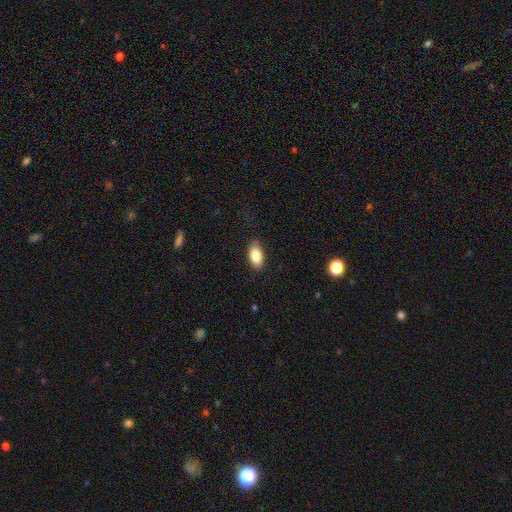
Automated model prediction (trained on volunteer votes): A smooth galaxy with no disk features (84%) that is in between round and cigar-shaped (92%). Merging: none (85%).